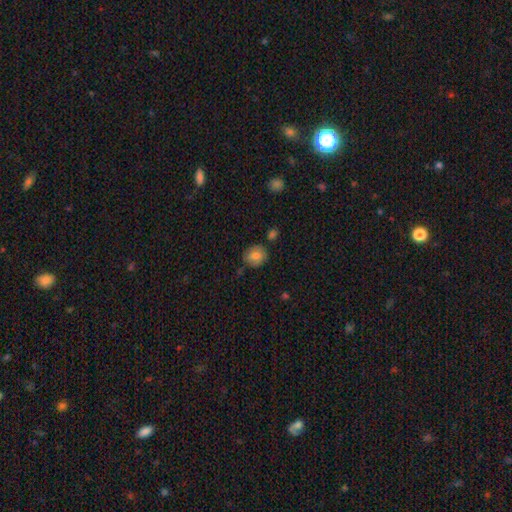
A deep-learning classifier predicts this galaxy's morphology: Smooth or featured?
  - smooth: 79% *
  - featured or disk: 13%
  - star or artifact: 8%
How rounded?
  - round: 74% *
  - in between: 25%
  - cigar-shaped: 1%
Merging?
  - none: 77% *
  - minor disturbance: 16%
  - merger: 5%
  - major disturbance: 3%